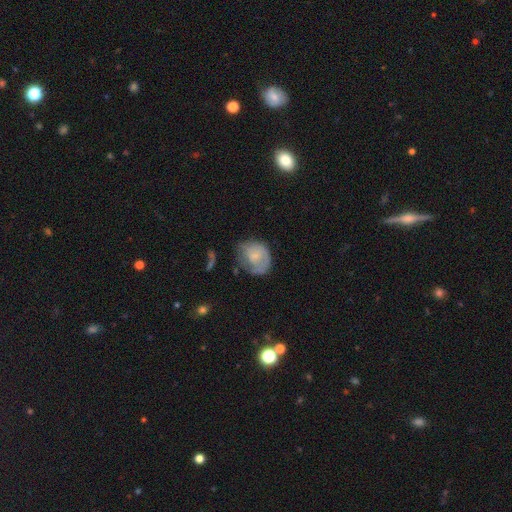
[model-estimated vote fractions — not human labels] This appears to be a smooth galaxy with no disk features (52%) that is round (56%). Merging: none (42%).